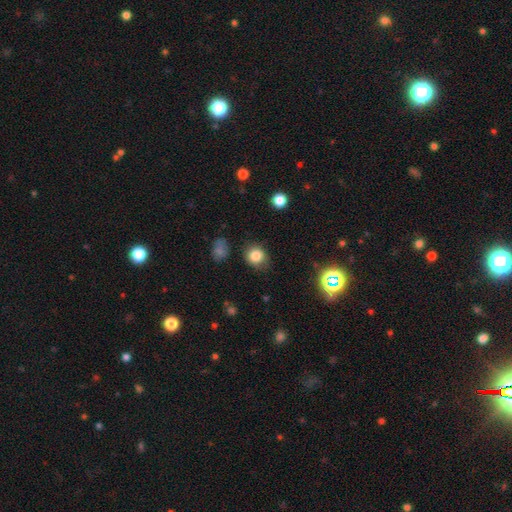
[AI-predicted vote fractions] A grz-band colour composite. It shows a smooth galaxy with no disk features (82%) that is round (78%). Merging: none (77%).